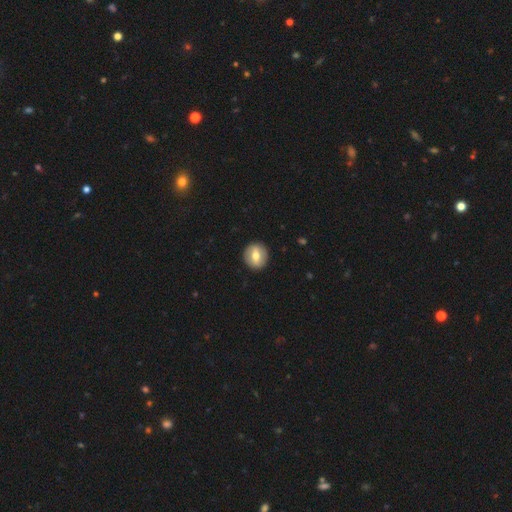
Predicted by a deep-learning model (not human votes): A smooth galaxy with no disk features (57%) that is round (88%). Merging: none (91%).